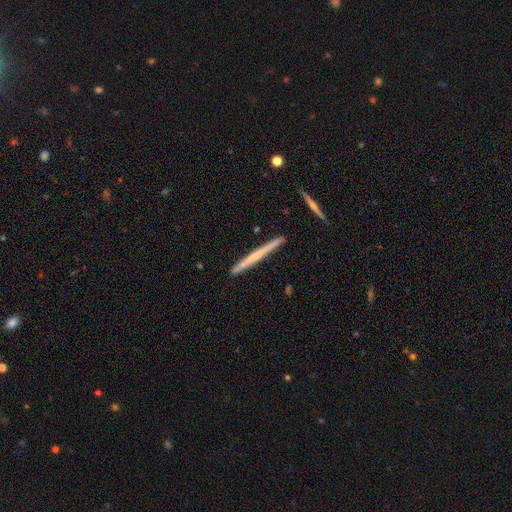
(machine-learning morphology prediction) A featured or disk galaxy (51%) viewed edge-on (98%) with no central bulge (80%).

Vote fractions:
- Smooth or featured? featured or disk: 51% / smooth: 43% / star or artifact: 6%
- Edge-on disk? yes: 98% / no: 2%
- Edge-on bulge? none: 80% / rounded: 15% / boxy: 5%
- Merging? none: 91% / minor disturbance: 6% / merger: 2% / major disturbance: 1%